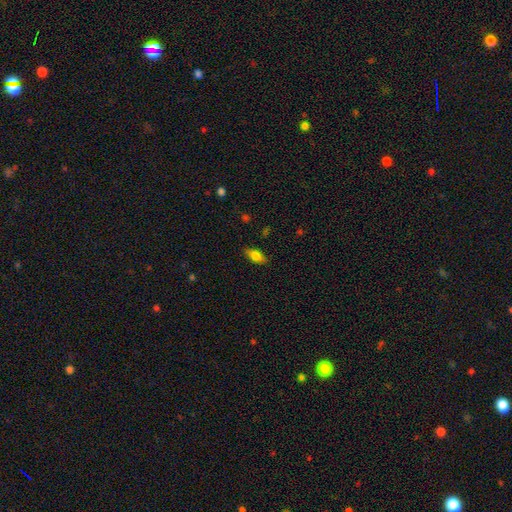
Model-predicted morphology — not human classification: Overall: smooth (77%). How rounded: in between (84%). Merging: none (84%).